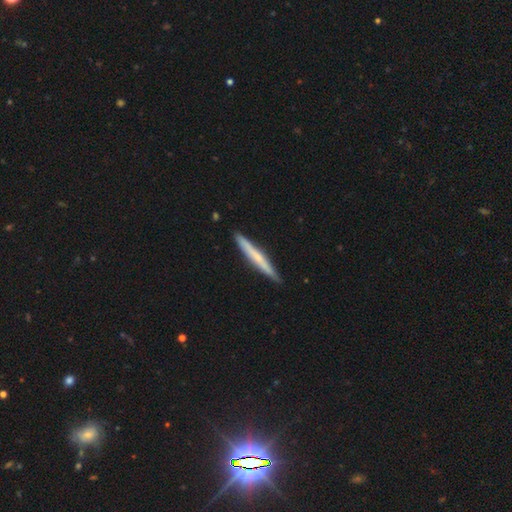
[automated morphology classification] Q: Smooth or featured?
A: smooth (50%); runner-up: featured or disk (44%)
Q: How rounded?
A: cigar-shaped (96%); runner-up: in between (2%)
Q: Merging?
A: none (91%); runner-up: minor disturbance (7%)